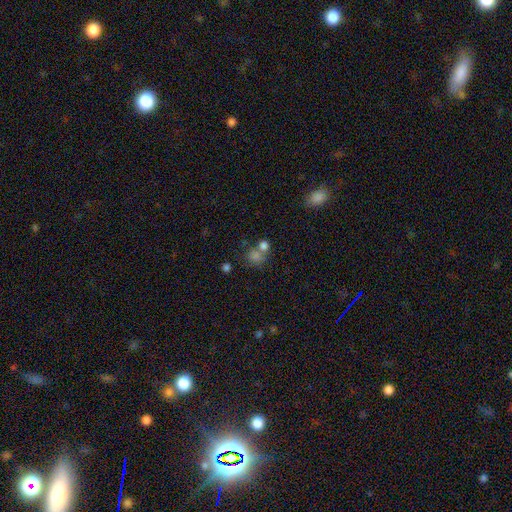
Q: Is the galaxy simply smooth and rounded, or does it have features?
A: smooth — 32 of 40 (80%).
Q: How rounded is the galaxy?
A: round — 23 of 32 (72%).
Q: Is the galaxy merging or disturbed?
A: none — 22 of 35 (63%).